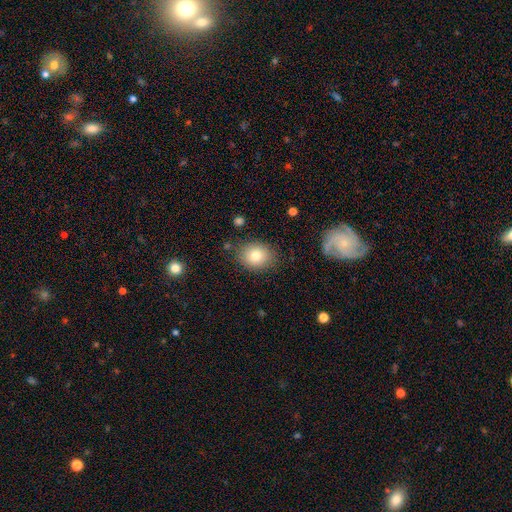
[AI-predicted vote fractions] Smooth or featured: smooth — 79% (featured or disk — 11%)
How rounded: round — 60% (in between — 39%)
Merging: none — 84% (minor disturbance — 11%)